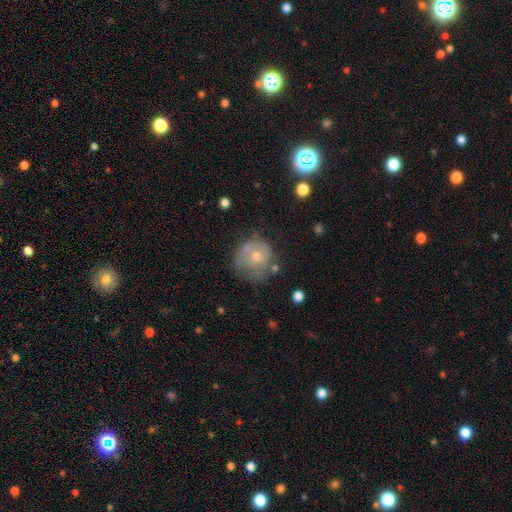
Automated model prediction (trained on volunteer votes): The model was most divided on "merging": none: 48%, minor disturbance: 30%, major disturbance: 17%, merger: 5%. More confident: how rounded — round (85%); smooth or featured — smooth (55%).